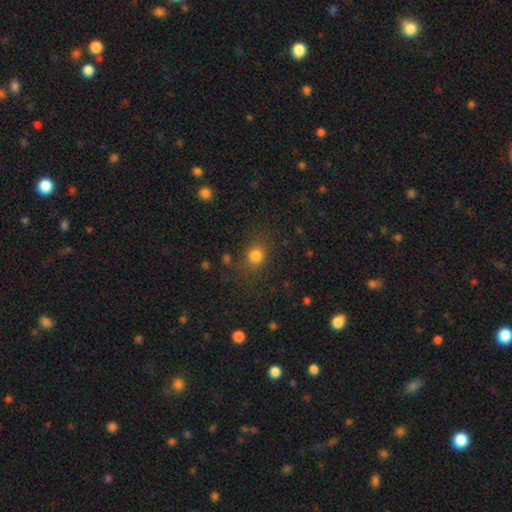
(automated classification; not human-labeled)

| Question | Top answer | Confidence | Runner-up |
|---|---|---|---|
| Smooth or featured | smooth | 78% | star or artifact (15%) |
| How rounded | round | 72% | in between (27%) |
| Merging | none | 76% | minor disturbance (14%) |